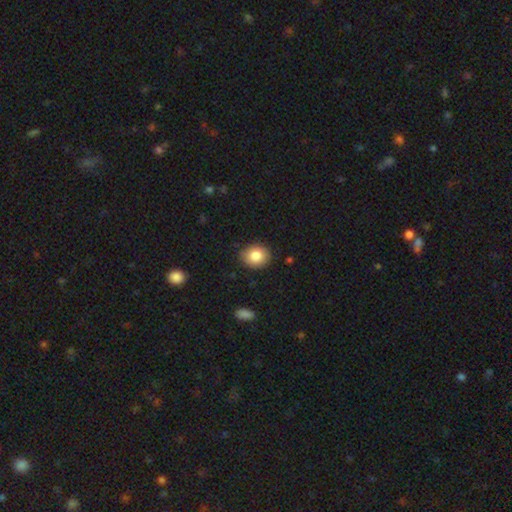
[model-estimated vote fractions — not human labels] Smooth or featured? Predicted: smooth (p=0.83). How rounded? Predicted: round (p=0.61). Merging? Predicted: none (p=0.85).